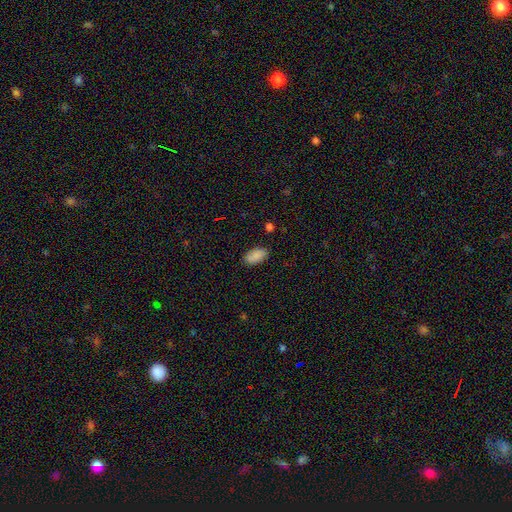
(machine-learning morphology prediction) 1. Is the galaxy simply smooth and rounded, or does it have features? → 87% smooth, 8% star or artifact, 6% featured or disk.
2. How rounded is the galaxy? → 94% in between, 3% cigar-shaped, 3% round.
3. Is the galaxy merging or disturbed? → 84% none, 12% minor disturbance, 3% major disturbance, 2% merger.